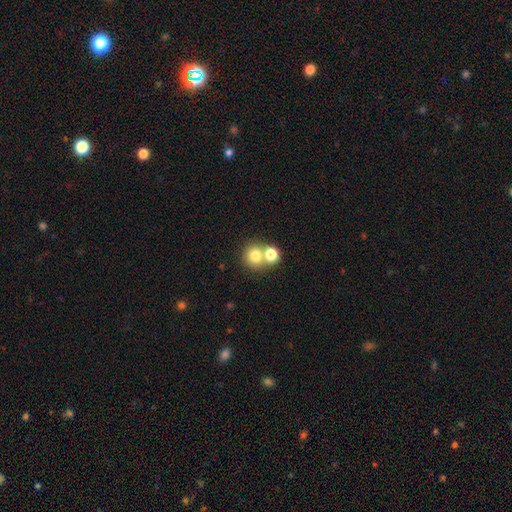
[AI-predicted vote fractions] Smooth or featured? Predicted: smooth (p=0.77). How rounded? Predicted: round (p=0.84). Merging? Predicted: none (p=0.48).